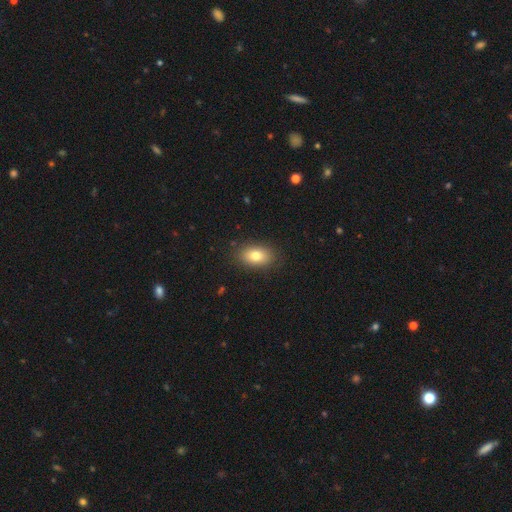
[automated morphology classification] This appears to be a smooth galaxy with no disk features (79%) that is in between round and cigar-shaped (85%). Merging: none (86%).